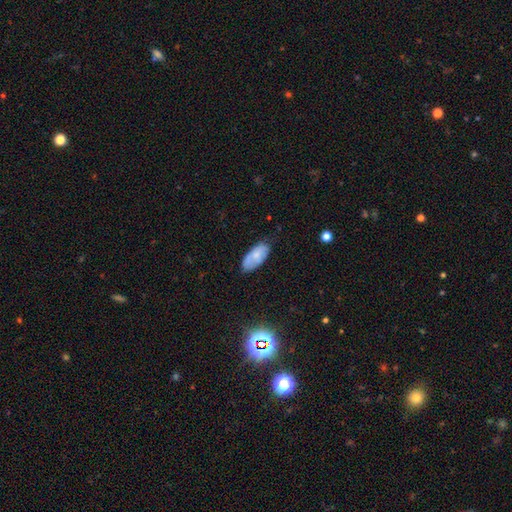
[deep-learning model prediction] This is likely a smooth galaxy (72%). How rounded: clearly in between (91%). Merging: likely none (66%).